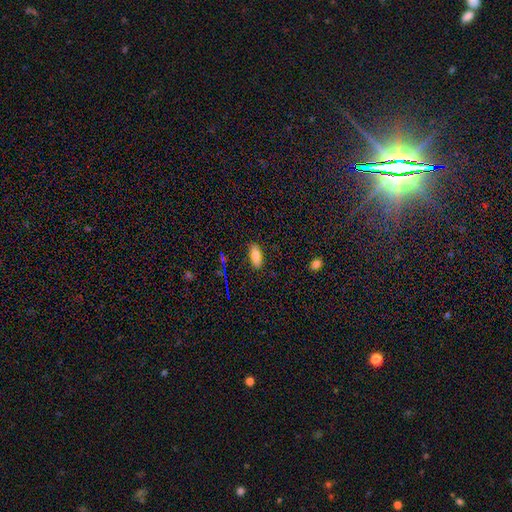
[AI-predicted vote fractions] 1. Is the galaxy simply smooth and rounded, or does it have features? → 80% smooth, 10% featured or disk, 10% star or artifact.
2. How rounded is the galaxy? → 81% in between, 16% cigar-shaped, 2% round.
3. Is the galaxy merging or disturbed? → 87% none, 10% minor disturbance, 2% major disturbance, 1% merger.